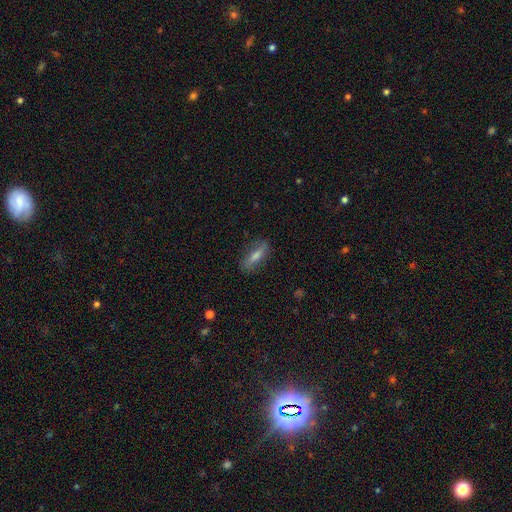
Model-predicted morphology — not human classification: This is possibly a smooth galaxy (54%). How rounded: possibly cigar-shaped (48%, tied with in between). Merging: clearly none (81%).